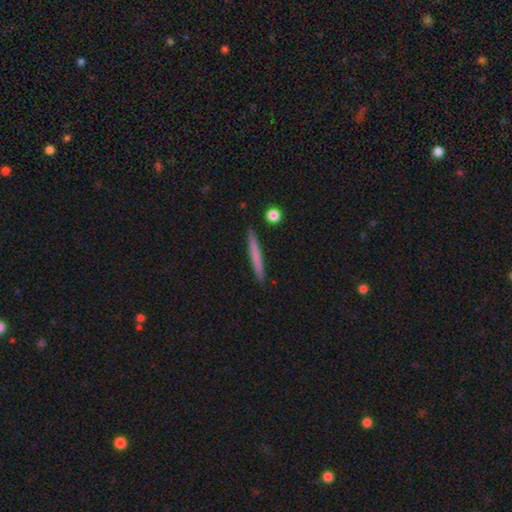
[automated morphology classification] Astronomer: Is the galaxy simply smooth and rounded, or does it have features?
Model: smooth — 67%.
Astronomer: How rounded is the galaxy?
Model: cigar-shaped — 96%.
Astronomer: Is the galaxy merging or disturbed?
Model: none — 91%.